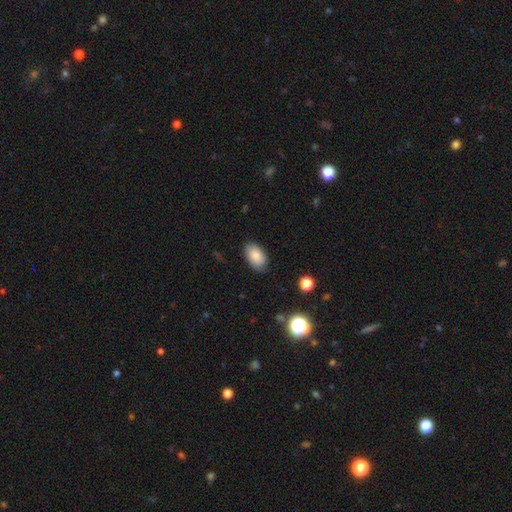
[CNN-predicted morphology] smooth_or_featured: smooth (p=0.87) [alt: star or artifact p=0.07]
how_rounded: in between (p=0.93) [alt: round p=0.06]
merging: none (p=0.85) [alt: minor disturbance p=0.11]